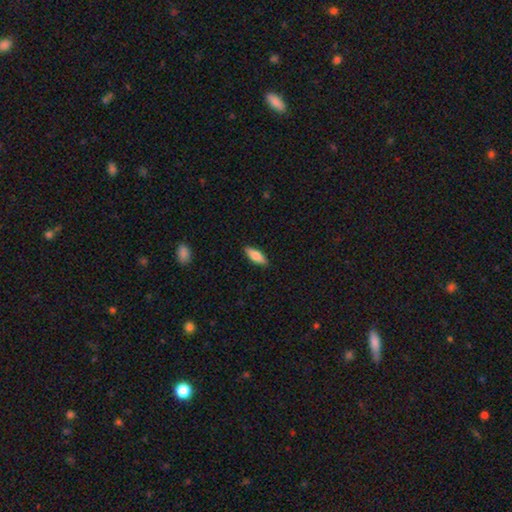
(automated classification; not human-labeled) Smooth or featured: smooth — 74% (featured or disk — 20%)
How rounded: in between — 60% (cigar-shaped — 37%)
Merging: none — 88% (minor disturbance — 9%)